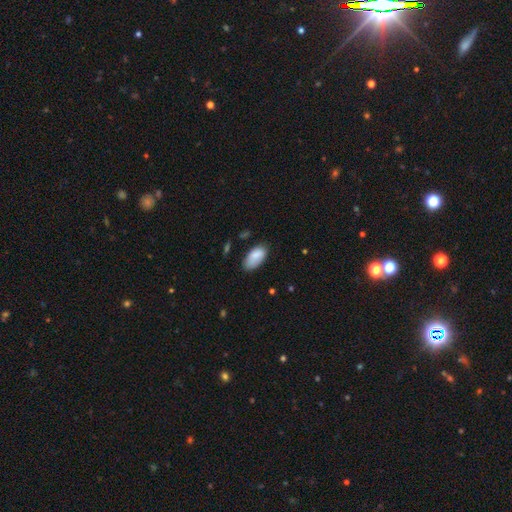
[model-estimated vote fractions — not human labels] Smooth or featured? smooth (84%)
How rounded? in between (94%)
Merging? none (64%)